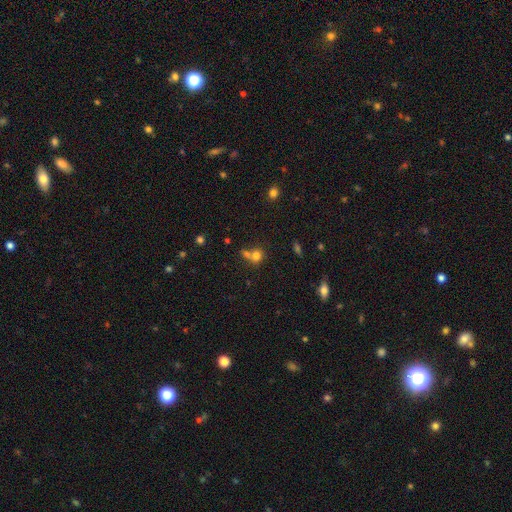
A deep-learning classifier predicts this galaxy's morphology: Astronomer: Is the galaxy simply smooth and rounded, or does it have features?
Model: smooth — 72%.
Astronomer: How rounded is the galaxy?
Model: round — 78%.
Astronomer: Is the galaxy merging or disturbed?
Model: merger — 44% (runner-up: none, 43%).